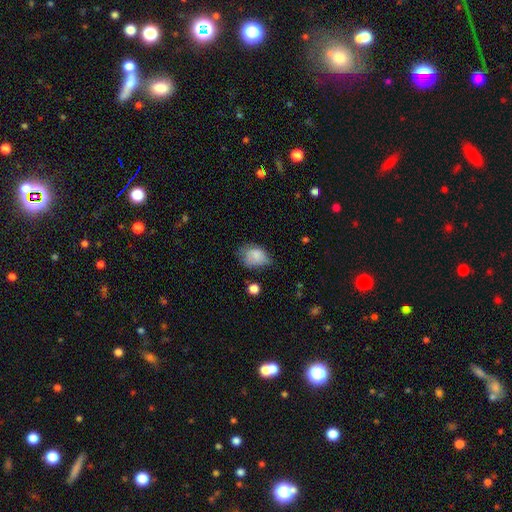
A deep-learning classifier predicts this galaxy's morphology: A smooth galaxy with no disk features (76%) that is in between round and cigar-shaped (68%). Merging: minor disturbance (40%).